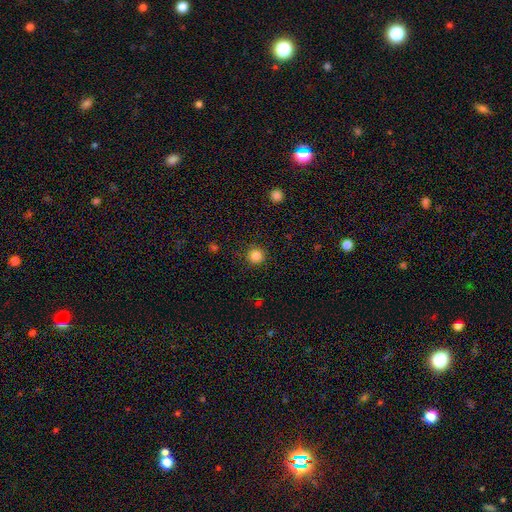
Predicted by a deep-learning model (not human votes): This appears to be a smooth galaxy with no disk features (85%) that is round (95%). Merging: none (90%).